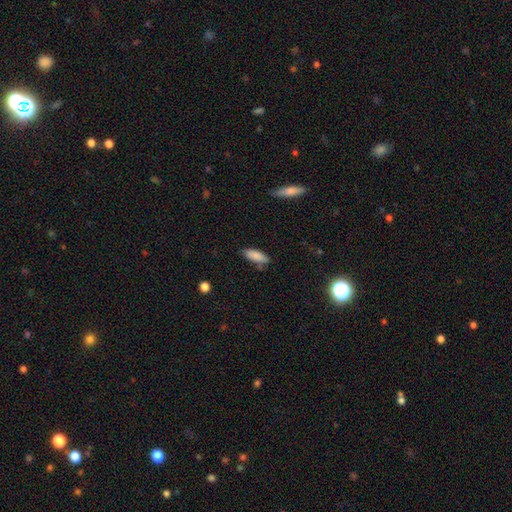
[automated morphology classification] smooth_or_featured: smooth (p=0.85) [alt: featured or disk p=0.08]
how_rounded: in between (p=0.67) [alt: cigar-shaped p=0.31]
merging: none (p=0.72) [alt: minor disturbance p=0.19]